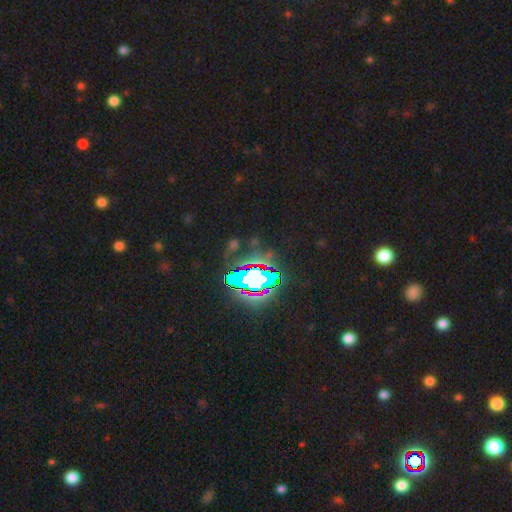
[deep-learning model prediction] This is likely a star or artifact rather than a galaxy (76%).